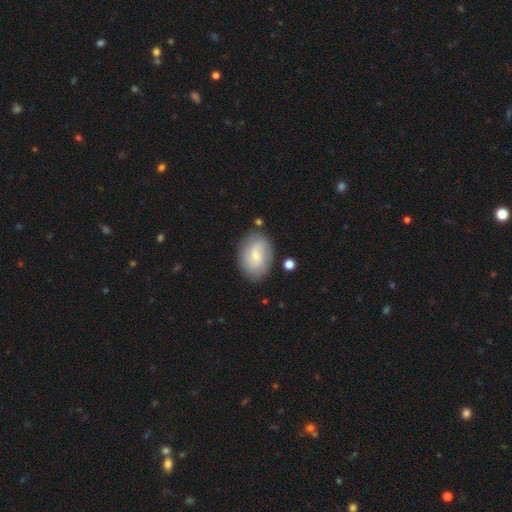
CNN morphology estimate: smooth 50%, featured or disk 43%, star or artifact 7%. Down the decision tree: how rounded — in between (81%); merging — none (78%).